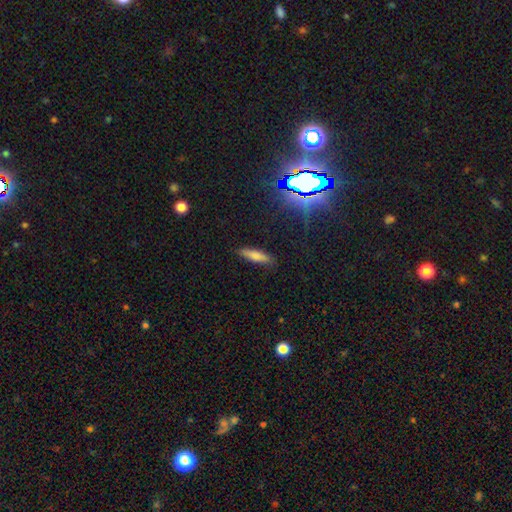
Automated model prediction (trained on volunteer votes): Smooth or featured?
  - smooth: 77% *
  - featured or disk: 13%
  - star or artifact: 10%
How rounded?
  - cigar-shaped: 70% *
  - in between: 28%
  - round: 2%
Merging?
  - none: 86% *
  - minor disturbance: 10%
  - major disturbance: 2%
  - merger: 1%